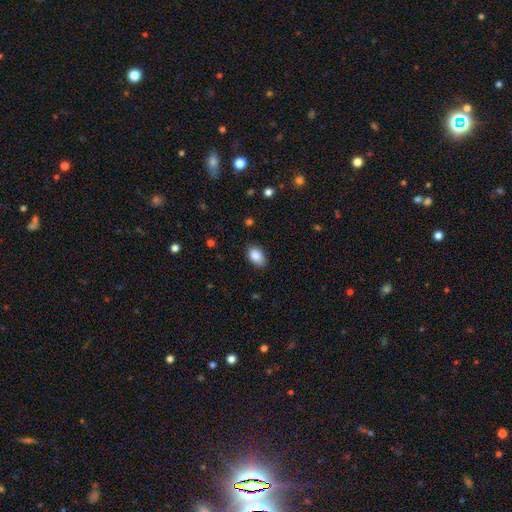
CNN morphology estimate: This appears to be a smooth galaxy with no disk features (87%) that is in between round and cigar-shaped (85%). Merging: none (78%).